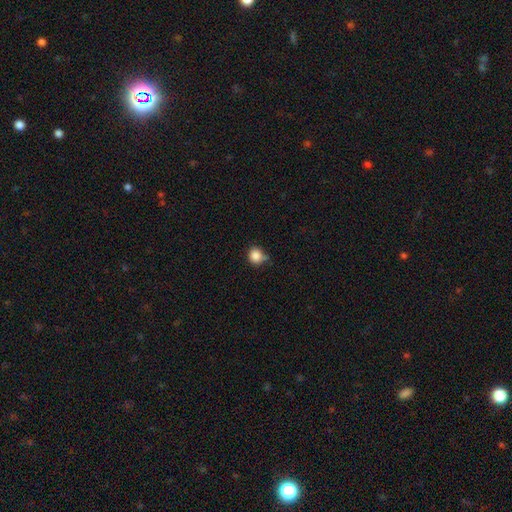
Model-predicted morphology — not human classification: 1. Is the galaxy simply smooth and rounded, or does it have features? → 85% smooth, 10% star or artifact, 5% featured or disk.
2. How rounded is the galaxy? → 88% round, 11% in between, 1% cigar-shaped.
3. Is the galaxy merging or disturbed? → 61% none, 28% minor disturbance, 6% major disturbance, 6% merger.